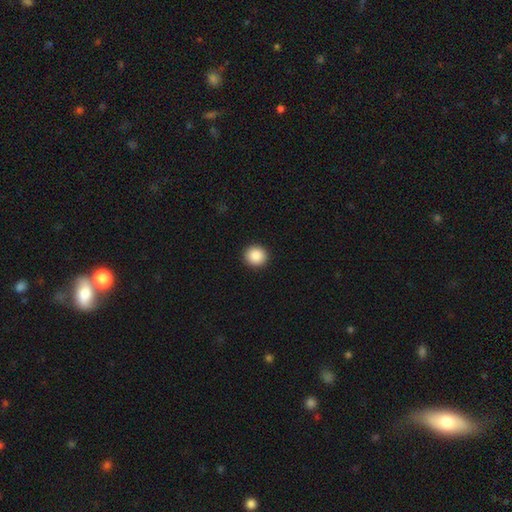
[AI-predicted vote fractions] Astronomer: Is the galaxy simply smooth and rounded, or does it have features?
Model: smooth — 88%.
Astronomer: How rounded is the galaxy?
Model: round — 92%.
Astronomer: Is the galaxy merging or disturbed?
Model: none — 93%.